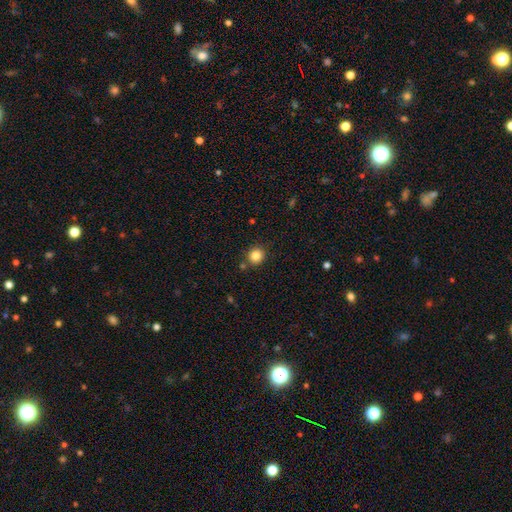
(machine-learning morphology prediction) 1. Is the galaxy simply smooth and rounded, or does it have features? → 84% smooth, 11% star or artifact, 5% featured or disk.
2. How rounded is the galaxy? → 89% round, 10% in between, 1% cigar-shaped.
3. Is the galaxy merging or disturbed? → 84% none, 8% minor disturbance, 6% merger, 2% major disturbance.